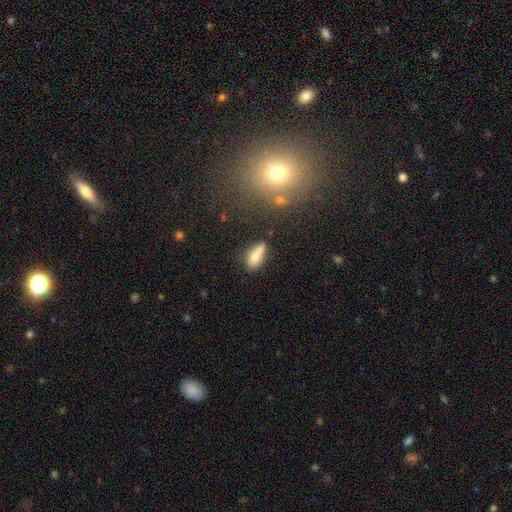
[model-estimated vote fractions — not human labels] A smooth galaxy with no disk features (68%) that is in between round and cigar-shaped (75%).

Vote fractions:
- Smooth or featured? smooth: 68% / featured or disk: 22% / star or artifact: 10%
- How rounded? in between: 75% / cigar-shaped: 17% / round: 9%
- Merging? none: 38% / merger: 33% / minor disturbance: 20% / major disturbance: 9%